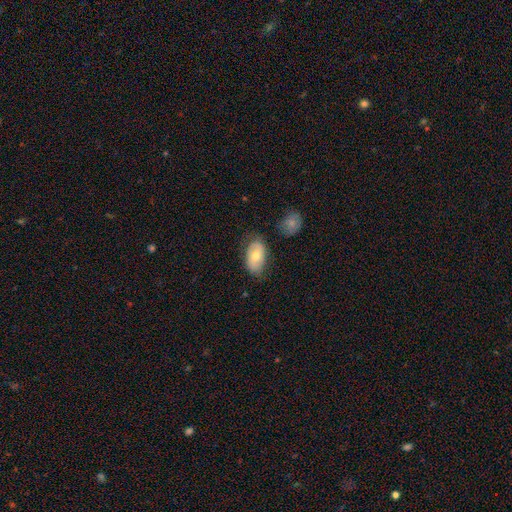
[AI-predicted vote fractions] Overall: smooth (63%; featured or disk 30%). How rounded: in between (92%). Merging: none (69%).